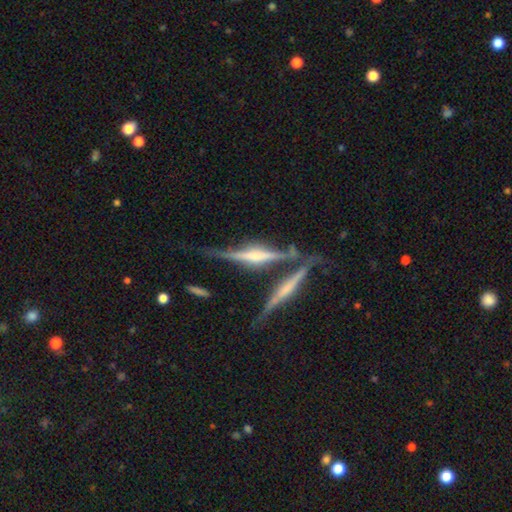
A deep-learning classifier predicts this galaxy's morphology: smooth-or-featured: featured or disk: 83% | smooth: 10% | star or artifact: 7%
  disk-edge-on: yes: 96% | no: 4%
    edge-on-bulge: rounded: 62% | boxy: 25% | none: 13%
  merging: none: 63% | merger: 16% | minor disturbance: 15% | major disturbance: 6%